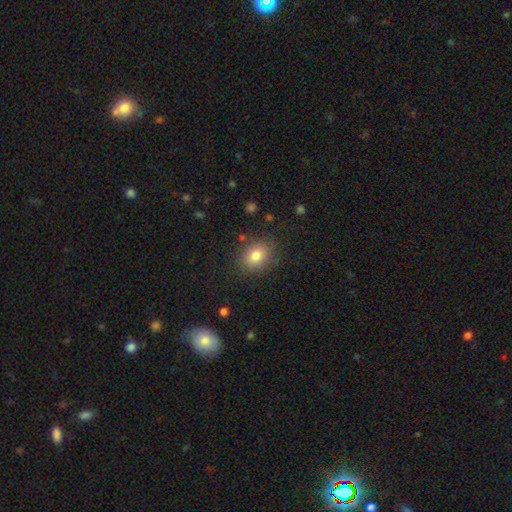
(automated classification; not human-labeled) A smooth galaxy with no disk features (80%) that is round (55%).

Vote fractions:
- Smooth or featured? smooth: 80% / star or artifact: 11% / featured or disk: 9%
- How rounded? round: 55% / in between: 44% / cigar-shaped: 1%
- Merging? none: 84% / minor disturbance: 10% / major disturbance: 4% / merger: 2%